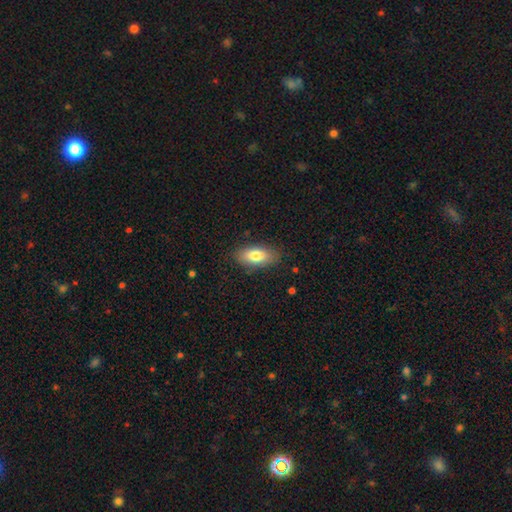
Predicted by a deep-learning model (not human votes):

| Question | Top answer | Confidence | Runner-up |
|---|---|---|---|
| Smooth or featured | smooth | 79% | featured or disk (14%) |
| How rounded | in between | 86% | cigar-shaped (11%) |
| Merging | none | 83% | minor disturbance (12%) |